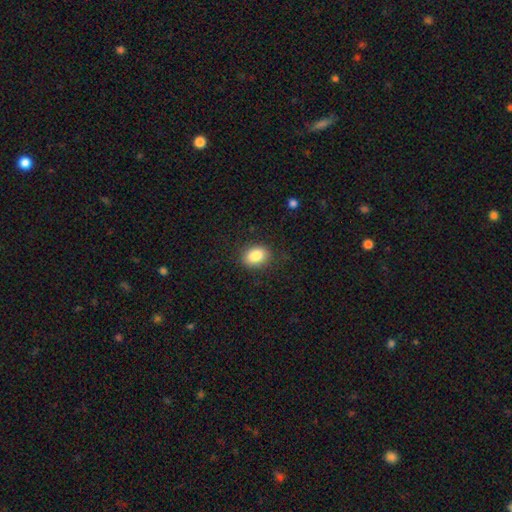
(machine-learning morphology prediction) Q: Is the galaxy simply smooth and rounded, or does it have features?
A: smooth — 85%.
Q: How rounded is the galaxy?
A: in between — 68%.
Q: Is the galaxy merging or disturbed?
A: none — 84%.